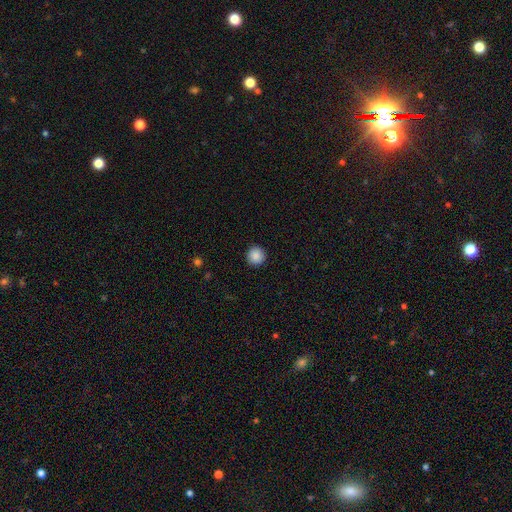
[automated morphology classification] Q: Smooth or featured?
A: smooth (88%); runner-up: star or artifact (9%)
Q: How rounded?
A: round (95%); runner-up: in between (4%)
Q: Merging?
A: none (92%); runner-up: minor disturbance (5%)